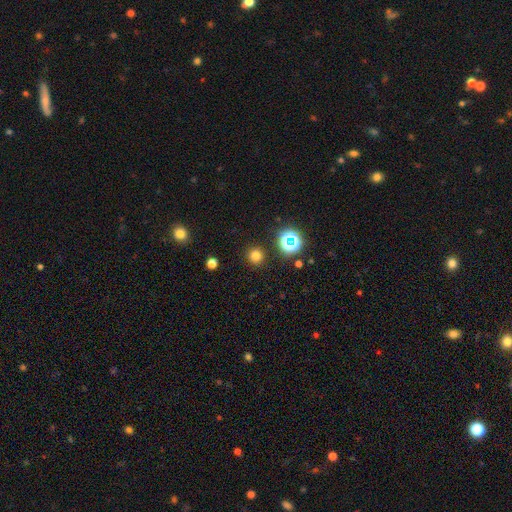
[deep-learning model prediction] This appears to be a smooth galaxy with no disk features (75%) that is round (95%). Merging: none (91%).